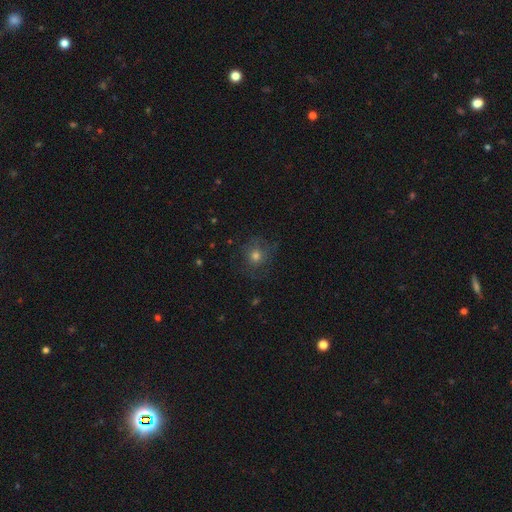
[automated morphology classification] type=smooth (59%); roundness=round (87%); merging=none (73%).